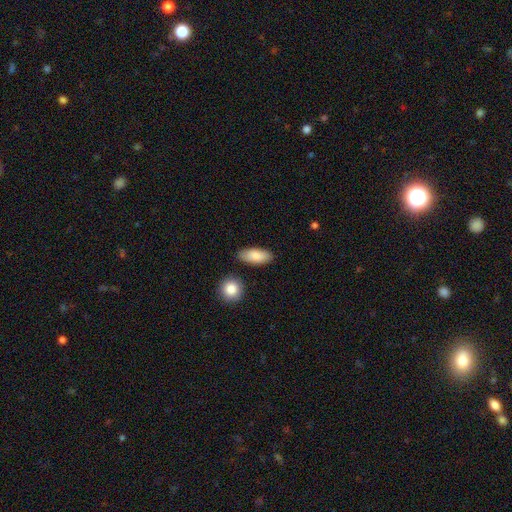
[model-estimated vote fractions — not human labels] Overall: smooth (86%). How rounded: in between (86%). Merging: none (82%).